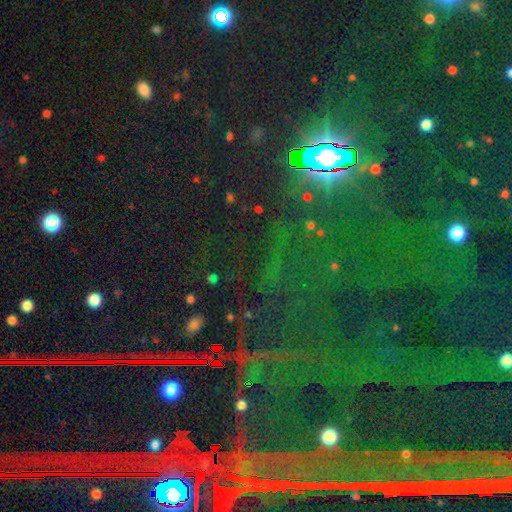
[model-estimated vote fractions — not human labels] A star or artifact, not a galaxy (85%).